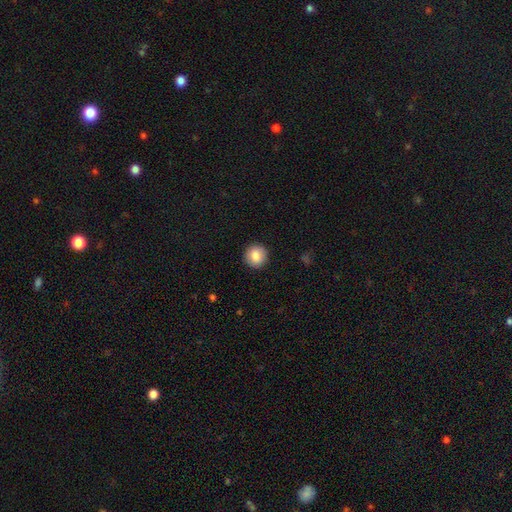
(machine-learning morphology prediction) Smooth or featured?
  - smooth: 85% *
  - star or artifact: 8%
  - featured or disk: 7%
How rounded?
  - round: 91% *
  - in between: 8%
  - cigar-shaped: 1%
Merging?
  - none: 91% *
  - minor disturbance: 6%
  - major disturbance: 2%
  - merger: 1%